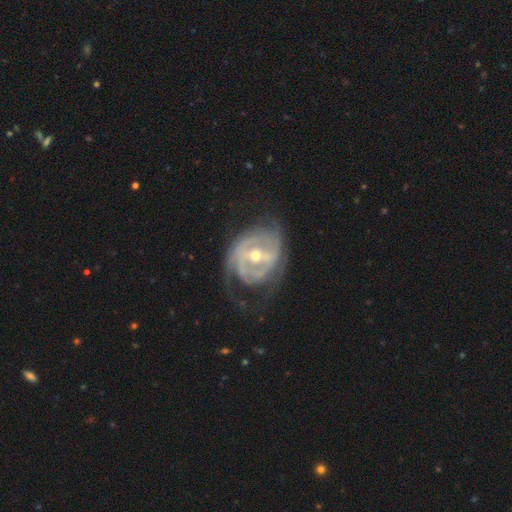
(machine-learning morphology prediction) smooth-or-featured: featured or disk: 82% | smooth: 10% | star or artifact: 8%
  disk-edge-on: no: 96% | yes: 4%
    bar: strong: 44% | weak: 38% | no: 18%
    has-spiral-arms: yes: 80% | no: 20%
      spiral-winding: tight: 57% | medium: 30% | loose: 14%
      spiral-arm-count: 2: 38% | can't tell: 36% | 3: 11% | 1: 5% | 4: 5% | more than 4: 4%
    bulge-size: moderate: 57% | small: 39% | large: 3% | none: 1% | dominant: 1%
  merging: none: 58% | minor disturbance: 21% | major disturbance: 19% | merger: 2%